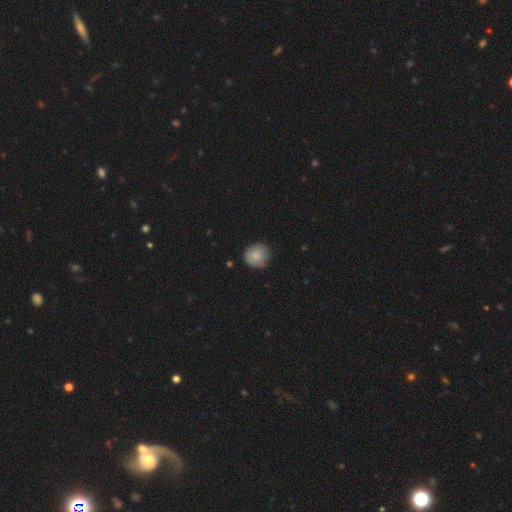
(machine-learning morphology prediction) Smooth or featured: smooth — 83% (featured or disk — 10%)
How rounded: round — 83% (in between — 16%)
Merging: none — 81% (minor disturbance — 16%)